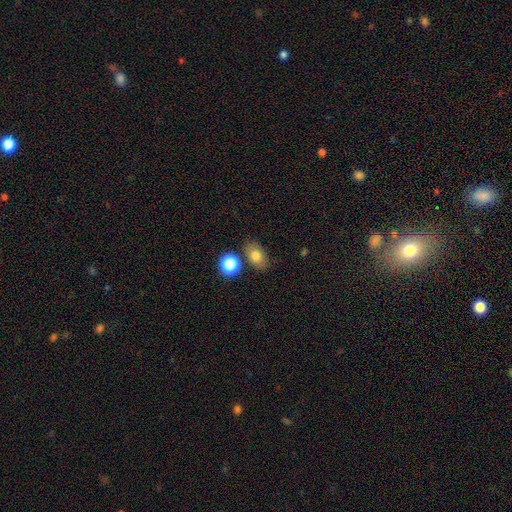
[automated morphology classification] smooth_or_featured: smooth (p=0.77) [alt: featured or disk p=0.11]
how_rounded: in between (p=0.79) [alt: round p=0.19]
merging: none (p=0.77) [alt: minor disturbance p=0.12]